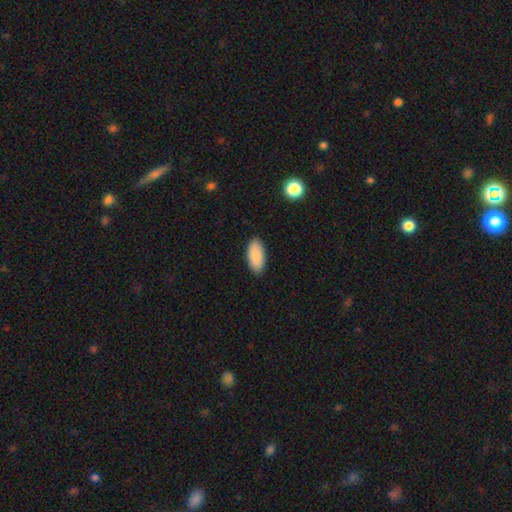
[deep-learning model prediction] Smooth or featured?
  - smooth: 87% *
  - featured or disk: 7%
  - star or artifact: 6%
How rounded?
  - in between: 92% *
  - cigar-shaped: 6%
  - round: 2%
Merging?
  - none: 89% *
  - minor disturbance: 9%
  - major disturbance: 2%
  - merger: 1%